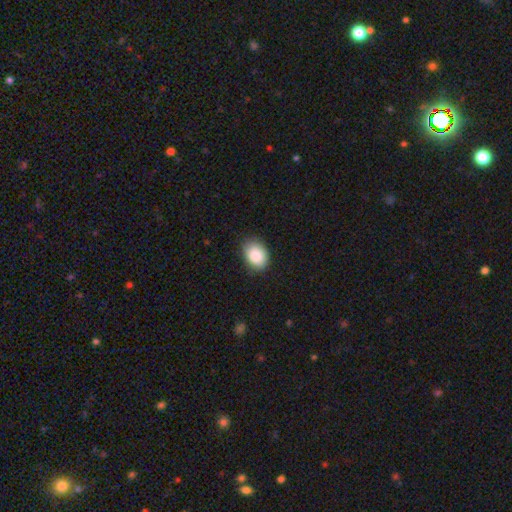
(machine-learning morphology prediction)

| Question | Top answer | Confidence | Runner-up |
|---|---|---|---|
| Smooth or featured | smooth | 88% | star or artifact (7%) |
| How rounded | in between | 70% | round (29%) |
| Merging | none | 81% | minor disturbance (15%) |